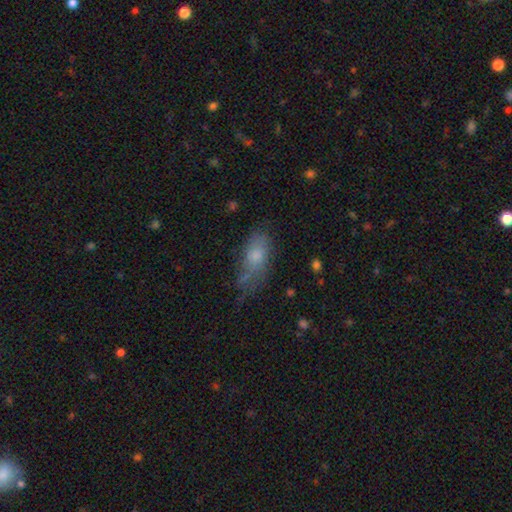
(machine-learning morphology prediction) Q: Smooth or featured?
A: smooth (66%); runner-up: featured or disk (25%)
Q: How rounded?
A: in between (82%); runner-up: cigar-shaped (13%)
Q: Merging?
A: none (47%); runner-up: minor disturbance (32%)